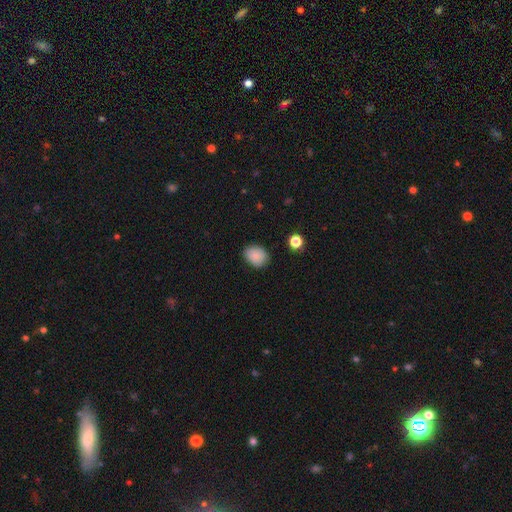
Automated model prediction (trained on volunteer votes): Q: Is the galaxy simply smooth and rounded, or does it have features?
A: smooth — 87%.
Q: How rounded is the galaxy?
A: in between — 60%.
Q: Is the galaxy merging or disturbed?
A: none — 81%.